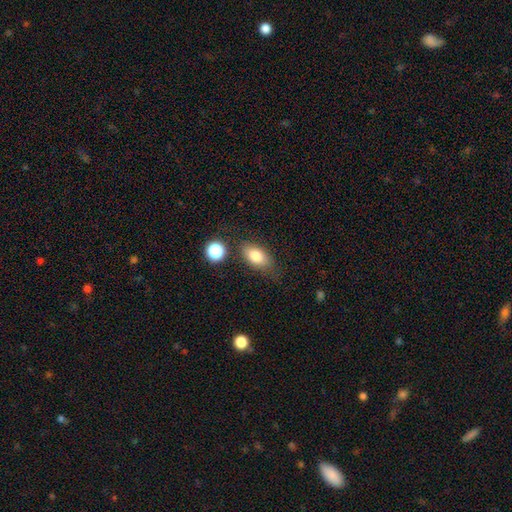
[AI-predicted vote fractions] The model was most divided on "merging": none: 75%, minor disturbance: 16%, major disturbance: 5%, merger: 5%. More confident: how rounded — in between (87%); smooth or featured — smooth (80%).